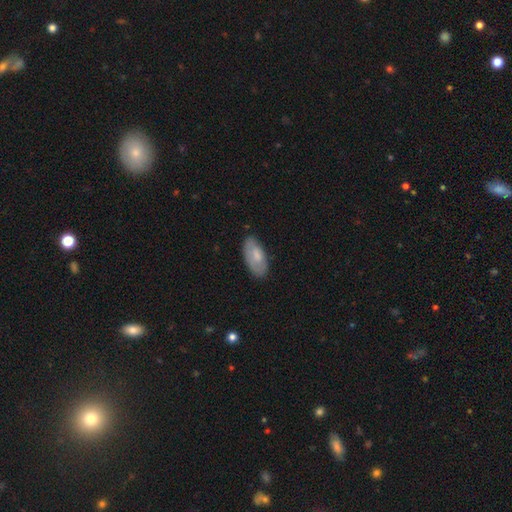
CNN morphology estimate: type=smooth (70%); roundness=in between (92%); merging=none (75%).